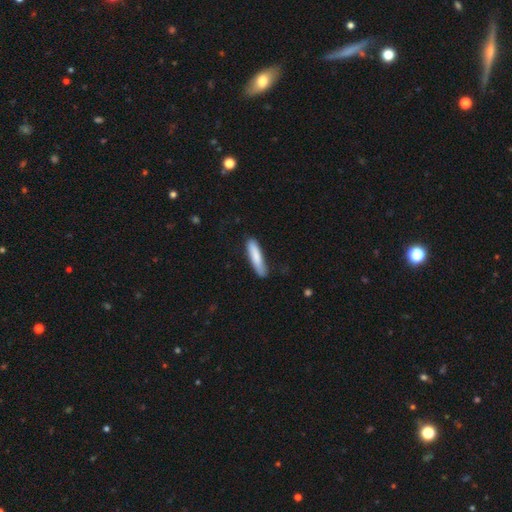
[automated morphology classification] This is clearly a smooth galaxy (82%). How rounded: clearly cigar-shaped (85%). Merging: likely none (78%).